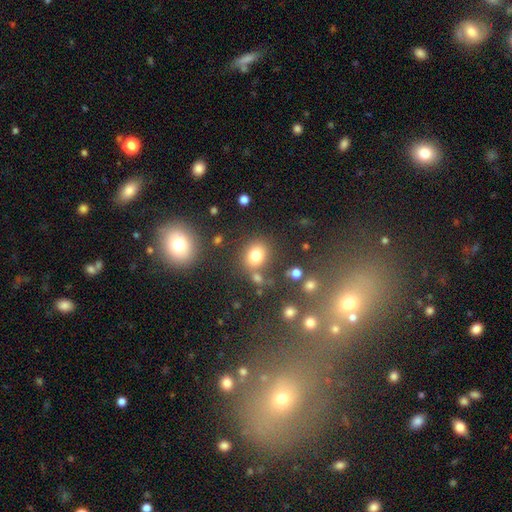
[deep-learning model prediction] This is likely a smooth galaxy (77%). How rounded: likely round (61%). Merging: likely none (69%).